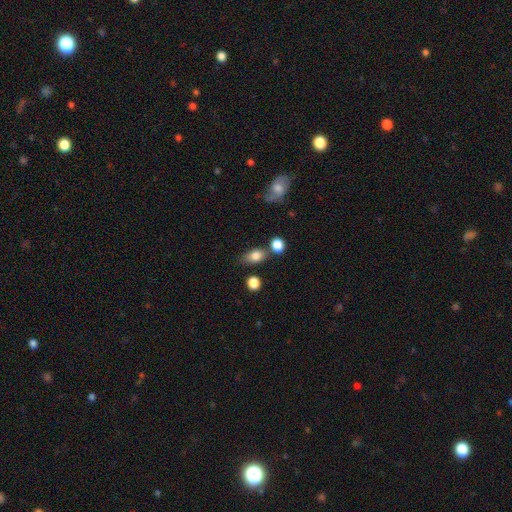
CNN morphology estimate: This appears to be a smooth galaxy with no disk features (80%) that is in between round and cigar-shaped (78%). Merging: none (63%).